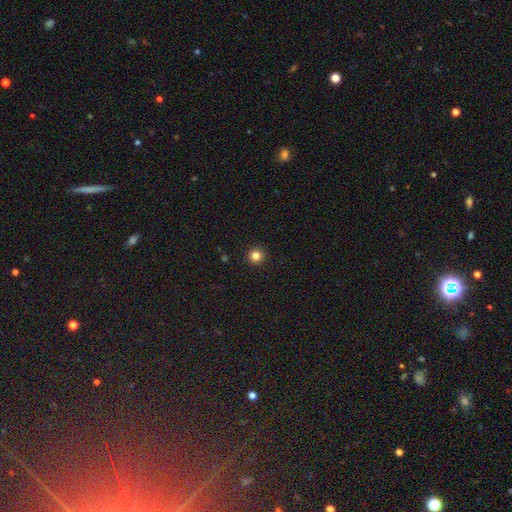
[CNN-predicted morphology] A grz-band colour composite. It shows a smooth galaxy with no disk features (83%) that is round (96%). Merging: none (94%).